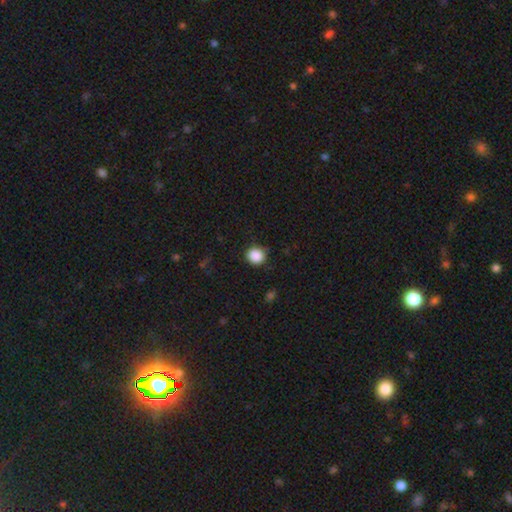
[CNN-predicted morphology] smooth 88%, star or artifact 9%, featured or disk 3%. Down the decision tree: how rounded — round (88%); merging — none (85%).